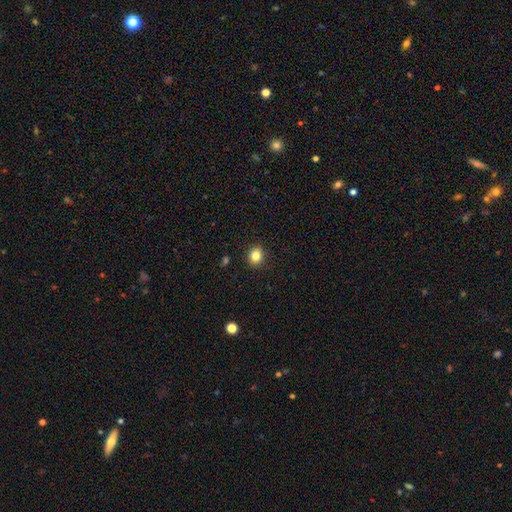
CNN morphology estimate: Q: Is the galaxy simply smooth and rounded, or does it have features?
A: smooth — 83%.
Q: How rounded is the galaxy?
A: round — 72%.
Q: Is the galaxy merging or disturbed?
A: none — 91%.